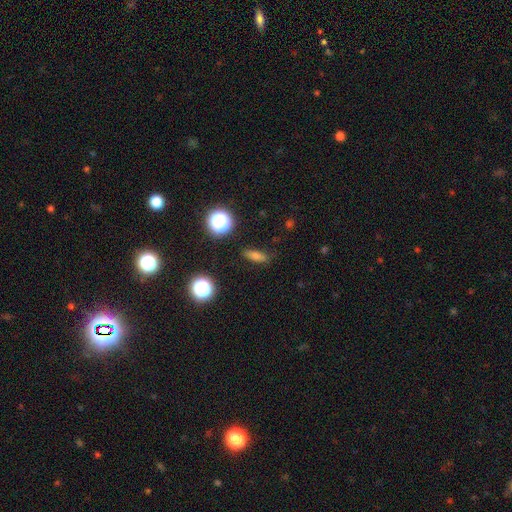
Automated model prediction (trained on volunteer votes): The model was most divided on "how rounded": in between: 49%, cigar-shaped: 37%, round: 13%. More confident: merging — none (85%); smooth or featured — smooth (71%).